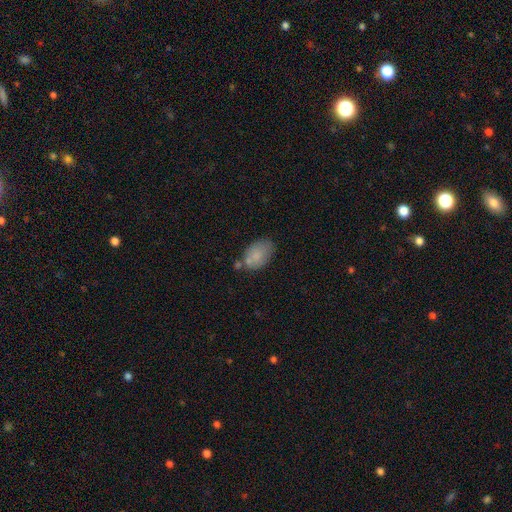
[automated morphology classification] The model was most divided on "merging": none: 56%, minor disturbance: 23%, merger: 14%, major disturbance: 7%. More confident: how rounded — in between (90%); smooth or featured — smooth (80%).